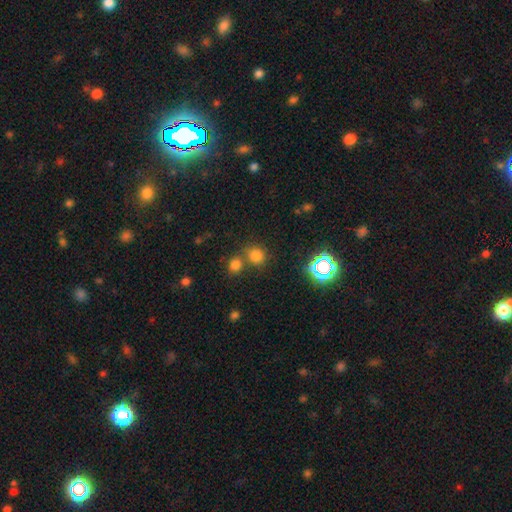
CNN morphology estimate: Smooth or featured? Predicted: smooth (p=0.73). How rounded? Predicted: round (p=0.83). Merging? Predicted: none (p=0.61).